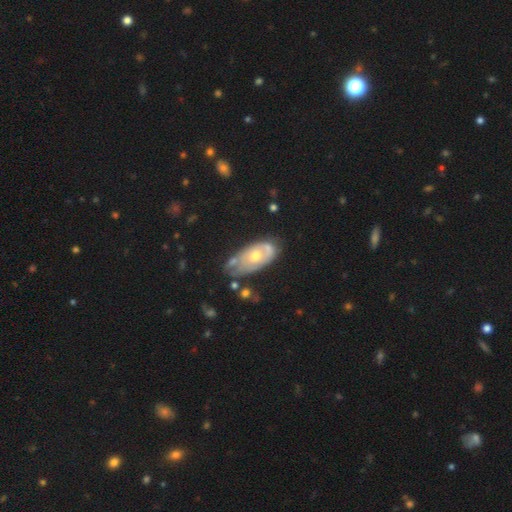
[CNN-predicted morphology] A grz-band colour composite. It shows a featured or disk galaxy (59%) with no bar (86%), no spiral arms (56%) and a moderate central bulge (71%). Merging: none (43%).